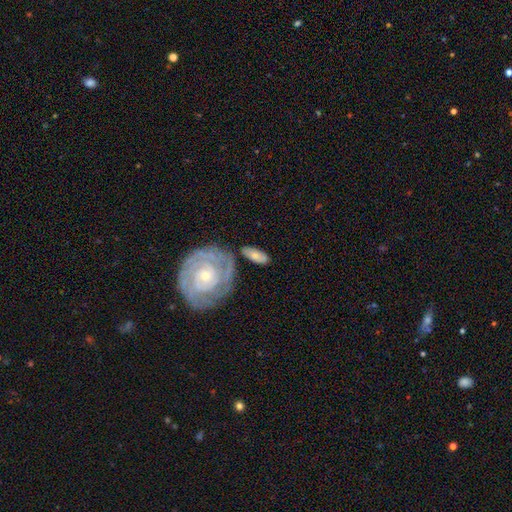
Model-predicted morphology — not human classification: A smooth galaxy with no disk features (51%) that is in between round and cigar-shaped (80%). Merging: none (68%).